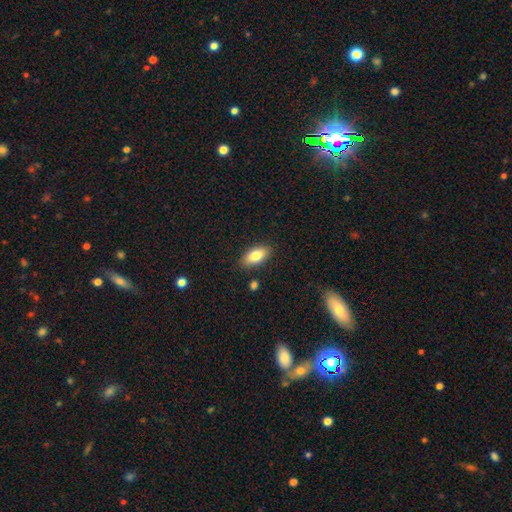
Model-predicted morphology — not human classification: type=smooth (81%); roundness=in between (90%); merging=none (86%).